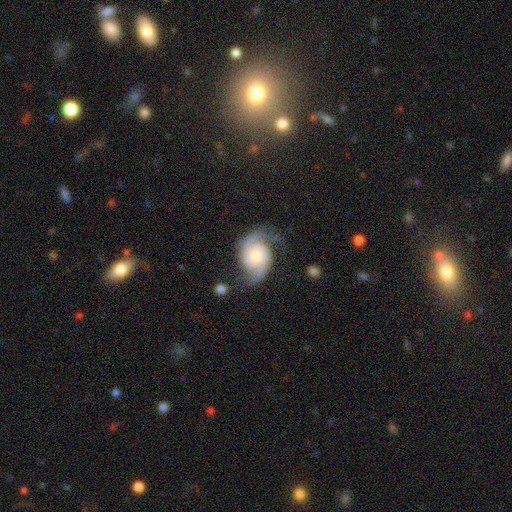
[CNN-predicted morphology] smooth_or_featured: featured or disk (p=0.83) [alt: smooth p=0.12]
disk_edge_on: no (p=0.98) [alt: yes p=0.02]
bar: no (p=0.69) [alt: weak p=0.26]
has_spiral_arms: yes (p=0.96) [alt: no p=0.04]
spiral_winding: medium (p=0.46) [alt: loose p=0.34]
spiral_arm_count: 2 (p=0.92) [alt: can't tell p=0.03]
bulge_size: small (p=0.39) [alt: moderate p=0.31]
merging: none (p=0.59) [alt: minor disturbance p=0.23]